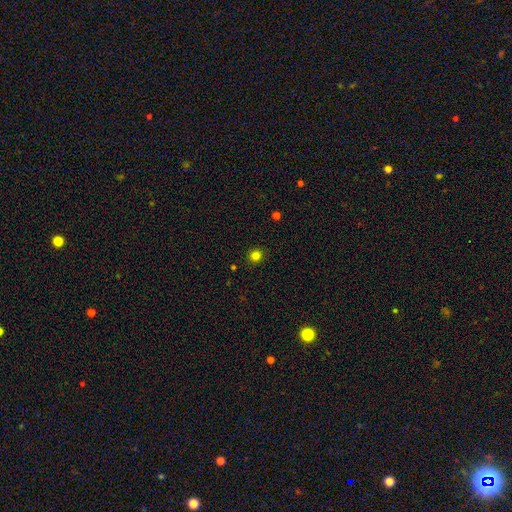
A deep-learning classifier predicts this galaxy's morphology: type=smooth (81%); roundness=round (91%); merging=none (92%).